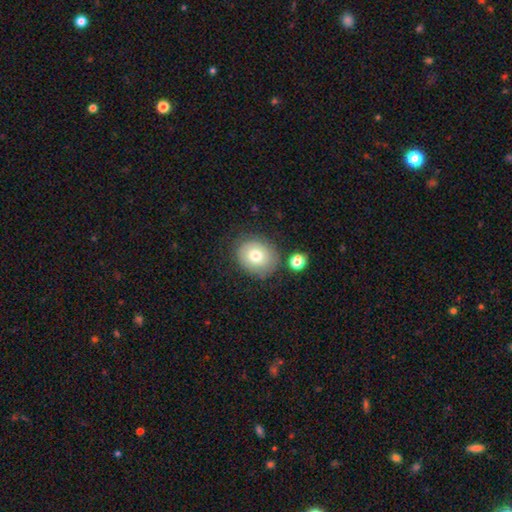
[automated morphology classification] smooth-or-featured: smooth: 71% | featured or disk: 20% | star or artifact: 9%
  how-rounded: round: 65% | in between: 35% | cigar-shaped: 1%
  merging: none: 76% | minor disturbance: 14% | merger: 5% | major disturbance: 5%